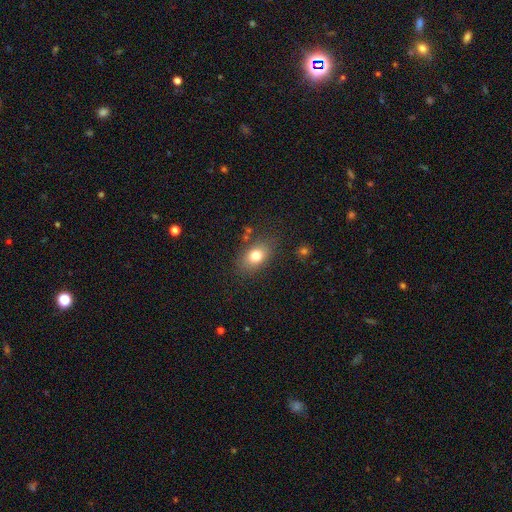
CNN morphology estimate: A smooth galaxy with no disk features (78%) that is in between round and cigar-shaped (77%).

Vote fractions:
- Smooth or featured? smooth: 78% / featured or disk: 12% / star or artifact: 10%
- How rounded? in between: 77% / round: 21% / cigar-shaped: 2%
- Merging? none: 80% / minor disturbance: 13% / major disturbance: 4% / merger: 2%